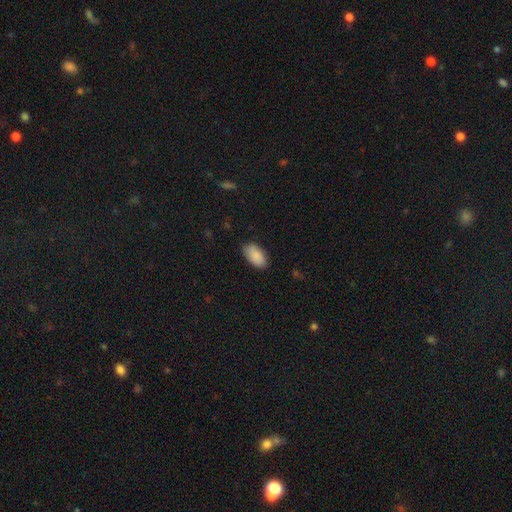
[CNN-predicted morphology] Smooth or featured? Predicted: smooth (p=0.90). How rounded? Predicted: in between (p=0.95). Merging? Predicted: none (p=0.83).